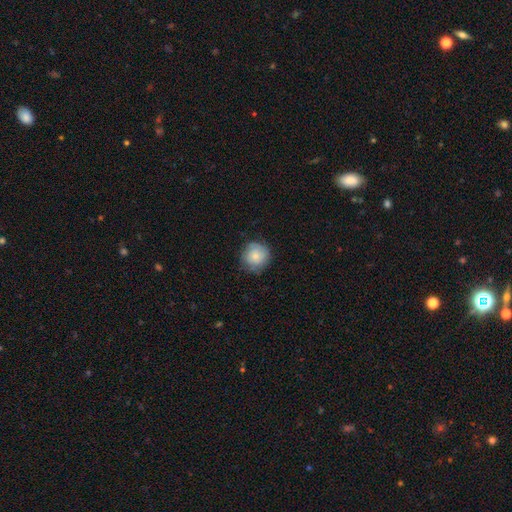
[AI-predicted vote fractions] Smooth or featured? Predicted: smooth (p=0.71). How rounded? Predicted: round (p=0.92). Merging? Predicted: none (p=0.76).